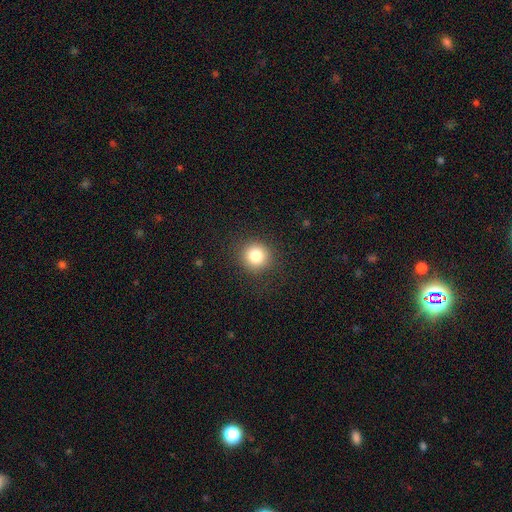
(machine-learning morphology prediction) This appears to be a smooth galaxy with no disk features (81%) that is round (93%). Merging: none (90%).